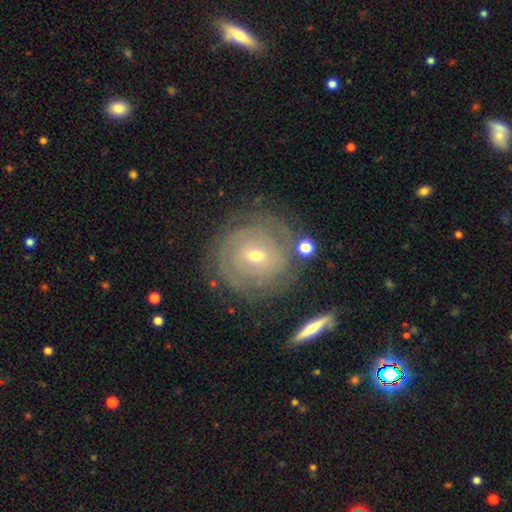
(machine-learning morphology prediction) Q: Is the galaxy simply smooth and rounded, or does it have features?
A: featured or disk — 80%.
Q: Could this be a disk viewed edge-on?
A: no — 96%.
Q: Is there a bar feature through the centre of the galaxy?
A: no — 47%.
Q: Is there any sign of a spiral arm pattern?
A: yes — 91%.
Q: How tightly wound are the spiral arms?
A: tight — 83%.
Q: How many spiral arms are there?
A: can't tell — 44%.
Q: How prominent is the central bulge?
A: small — 56%.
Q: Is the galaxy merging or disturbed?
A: none — 79%.